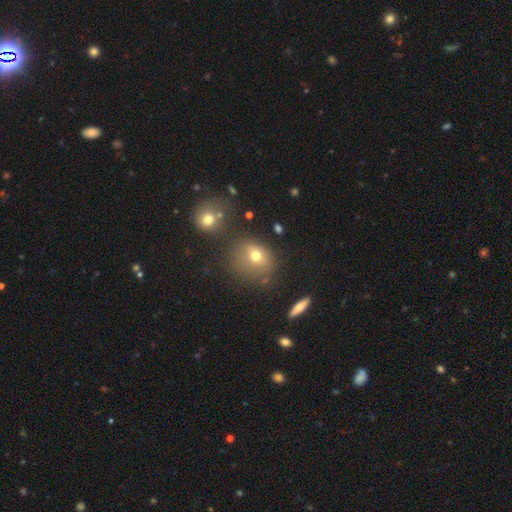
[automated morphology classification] Smooth or featured?
  - smooth: 70% *
  - star or artifact: 16%
  - featured or disk: 15%
How rounded?
  - round: 62% *
  - in between: 37%
  - cigar-shaped: 1%
Merging?
  - none: 57% *
  - minor disturbance: 19%
  - major disturbance: 12%
  - merger: 12%